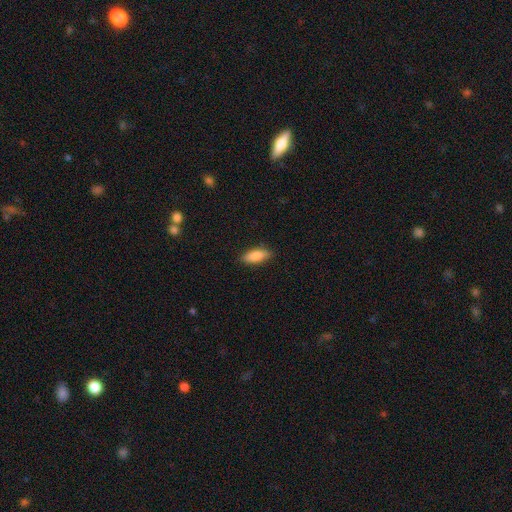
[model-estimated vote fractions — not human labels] A smooth galaxy with no disk features (86%) that is in between round and cigar-shaped (76%).

Vote fractions:
- Smooth or featured? smooth: 86% / featured or disk: 8% / star or artifact: 6%
- How rounded? in between: 76% / cigar-shaped: 22% / round: 2%
- Merging? none: 87% / minor disturbance: 10% / major disturbance: 2% / merger: 1%